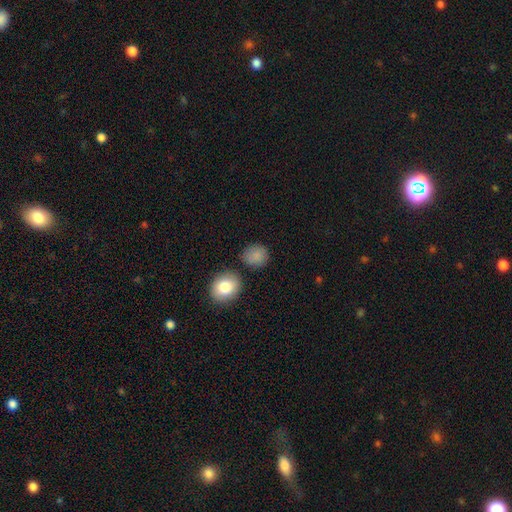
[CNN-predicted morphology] The model was most divided on "how rounded": round: 76%, in between: 23%, cigar-shaped: 1%. More confident: smooth or featured — smooth (86%); merging — none (77%).